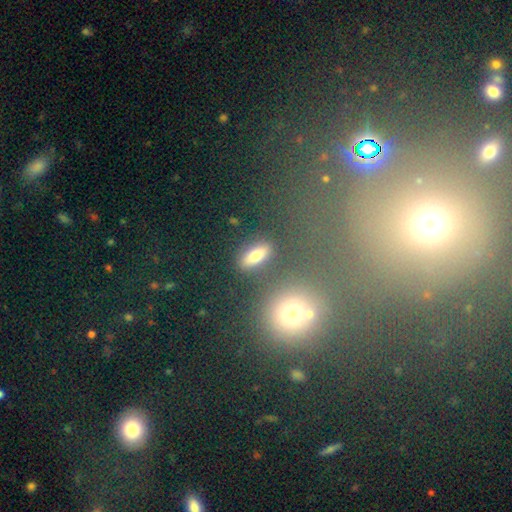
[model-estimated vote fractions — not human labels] Smooth or featured?
  - smooth: 72% *
  - featured or disk: 15%
  - star or artifact: 13%
How rounded?
  - in between: 72% *
  - cigar-shaped: 19%
  - round: 9%
Merging?
  - none: 84% *
  - minor disturbance: 9%
  - merger: 4%
  - major disturbance: 3%